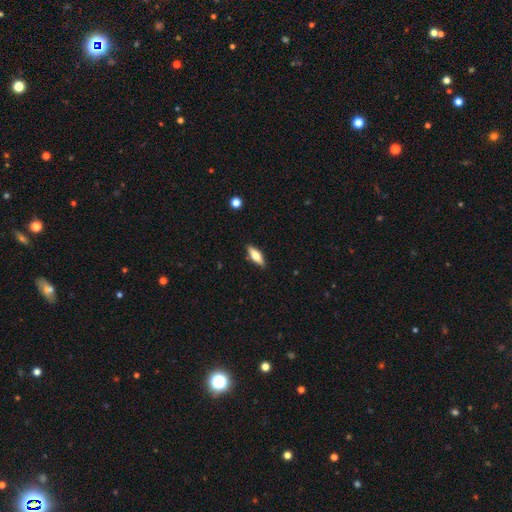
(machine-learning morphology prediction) This is possibly a smooth galaxy (53%). How rounded: possibly in between (54%). Merging: clearly none (89%).